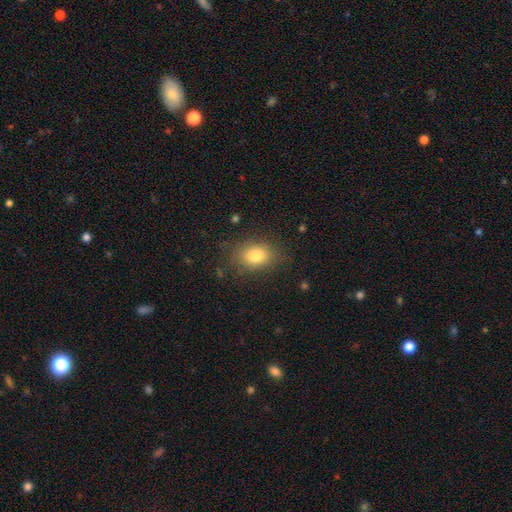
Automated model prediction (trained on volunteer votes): Smooth or featured? Predicted: smooth (p=0.79). How rounded? Predicted: in between (p=0.75). Merging? Predicted: none (p=0.80).